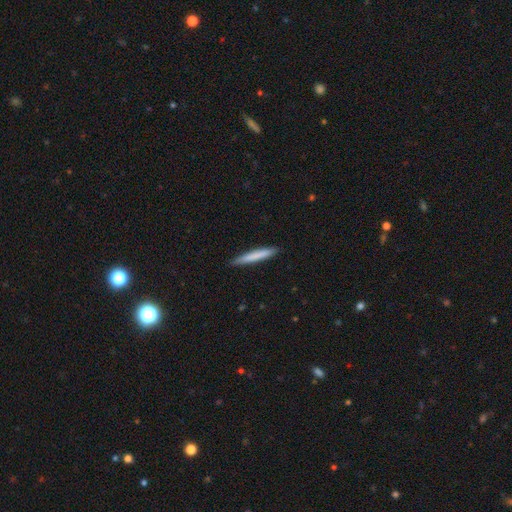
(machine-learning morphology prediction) A smooth galaxy with no disk features (73%) that is cigar-shaped (96%).

Vote fractions:
- Smooth or featured? smooth: 73% / featured or disk: 21% / star or artifact: 6%
- How rounded? cigar-shaped: 96% / in between: 3% / round: 1%
- Merging? none: 90% / minor disturbance: 8% / major disturbance: 1% / merger: 1%